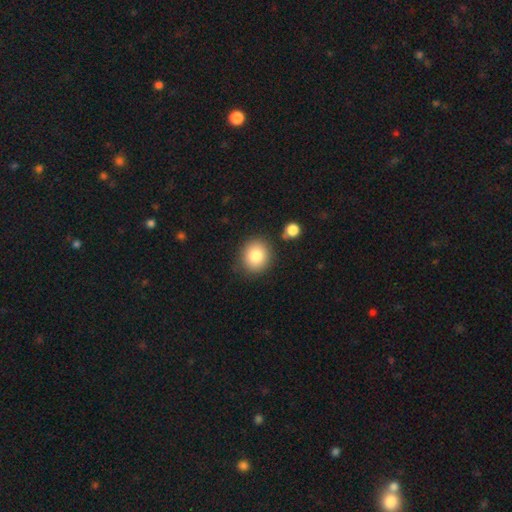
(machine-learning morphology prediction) The model was most divided on "how rounded": round: 82%, in between: 17%, cigar-shaped: 1%. More confident: merging — none (84%); smooth or featured — smooth (82%).